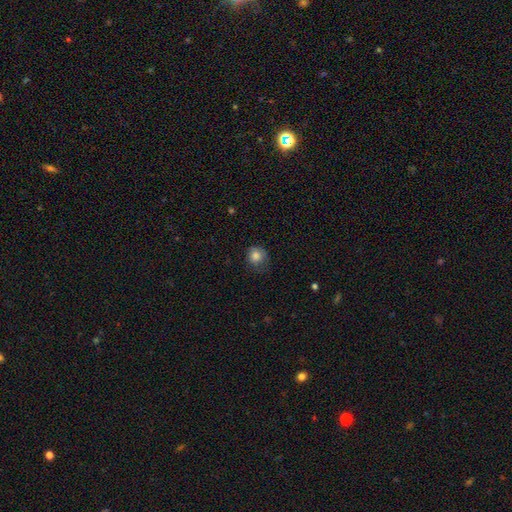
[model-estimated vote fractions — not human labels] smooth_or_featured: smooth (p=0.81) [alt: star or artifact p=0.10]
how_rounded: round (p=0.77) [alt: in between p=0.22]
merging: none (p=0.55) [alt: minor disturbance p=0.30]